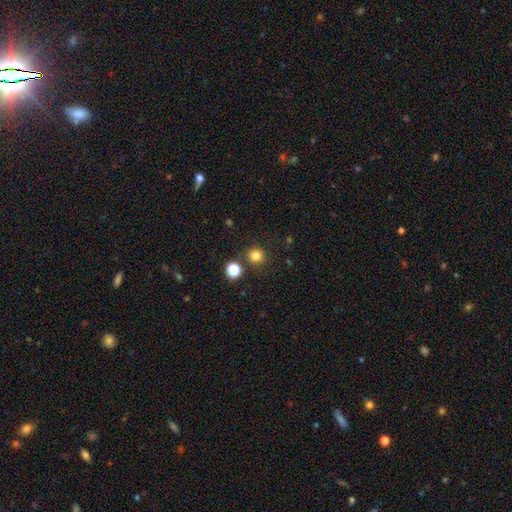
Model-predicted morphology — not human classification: Smooth or featured: smooth — 81% (star or artifact — 15%)
How rounded: round — 93% (in between — 6%)
Merging: none — 86% (minor disturbance — 7%)